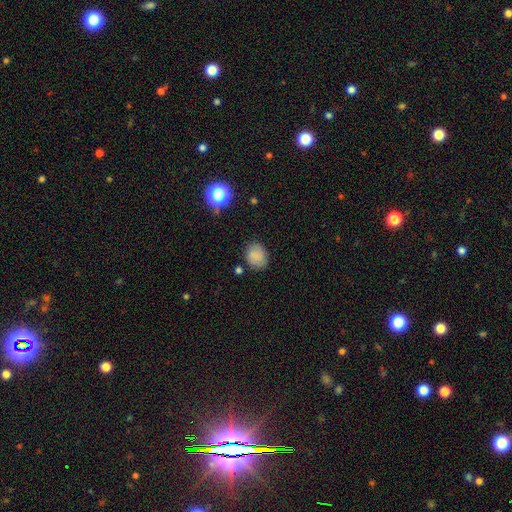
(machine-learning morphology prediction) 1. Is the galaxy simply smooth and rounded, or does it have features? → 81% smooth, 11% star or artifact, 8% featured or disk.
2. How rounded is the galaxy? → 51% round, 48% in between, 1% cigar-shaped.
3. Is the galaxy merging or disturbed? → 77% none, 16% minor disturbance, 4% major disturbance, 3% merger.